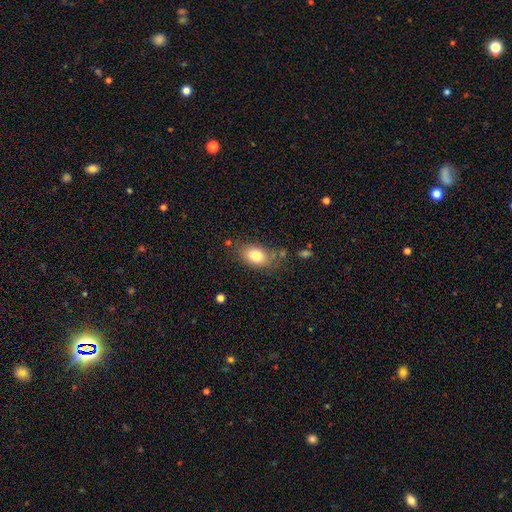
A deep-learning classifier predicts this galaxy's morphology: This appears to be a smooth galaxy with no disk features (79%) that is in between round and cigar-shaped (81%). Merging: none (70%).